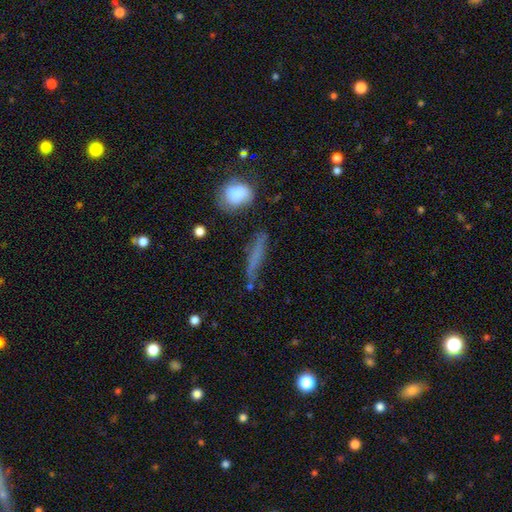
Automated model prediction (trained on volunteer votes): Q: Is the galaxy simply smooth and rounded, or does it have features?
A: smooth — 57%.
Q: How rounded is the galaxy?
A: cigar-shaped — 82%.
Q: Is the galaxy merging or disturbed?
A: none — 65%.